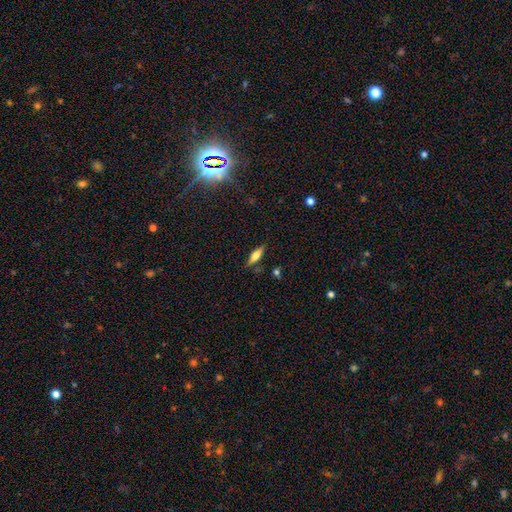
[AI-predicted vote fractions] Morphology: type=smooth (52%); roundness=cigar-shaped (53%); merging=none (82%).